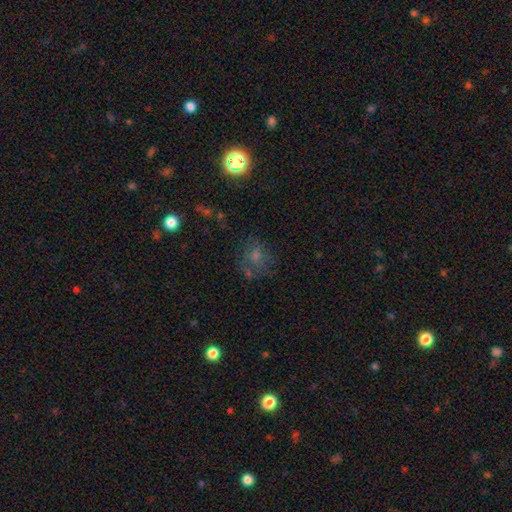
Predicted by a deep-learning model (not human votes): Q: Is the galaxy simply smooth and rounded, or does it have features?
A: smooth — 44%.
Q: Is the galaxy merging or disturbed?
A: none — 65%.